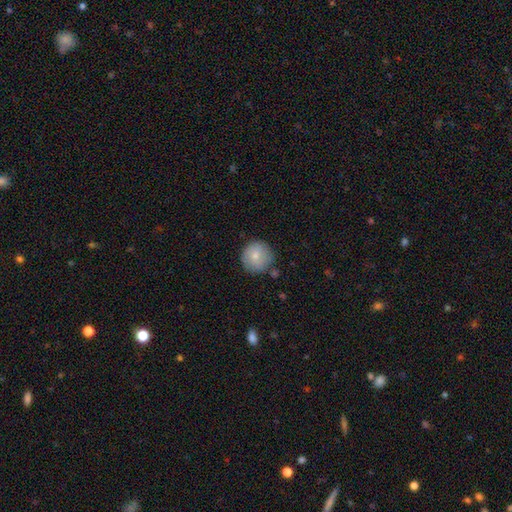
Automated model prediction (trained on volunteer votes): smooth 78%, featured or disk 15%, star or artifact 7%. Down the decision tree: how rounded — round (95%); merging — none (79%).